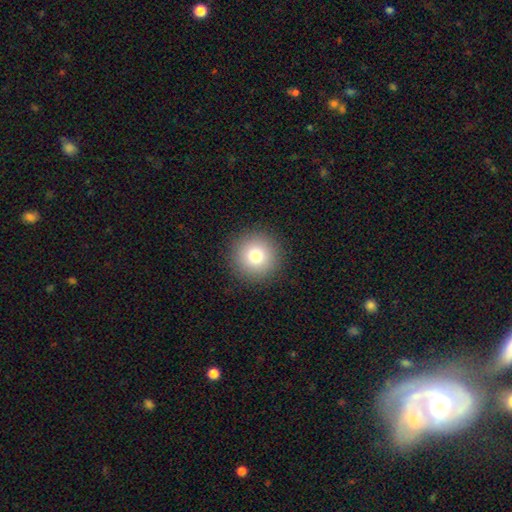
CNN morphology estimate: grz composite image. It shows a smooth galaxy with no disk features (79%) that is round (96%). Merging: none (92%).